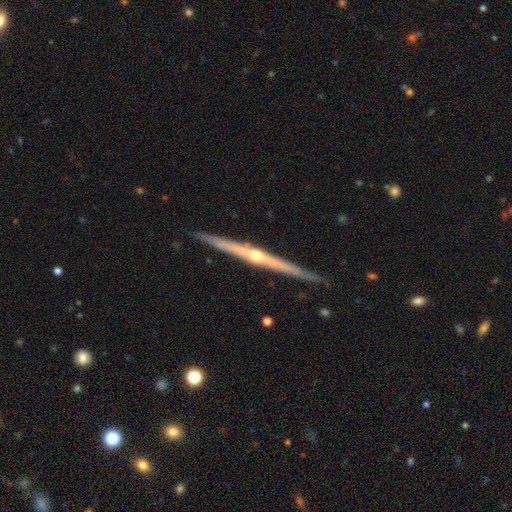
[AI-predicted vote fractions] This appears to be a featured or disk galaxy (85%) viewed edge-on (98%) with a rounded central bulge (86%). Merging: none (91%).